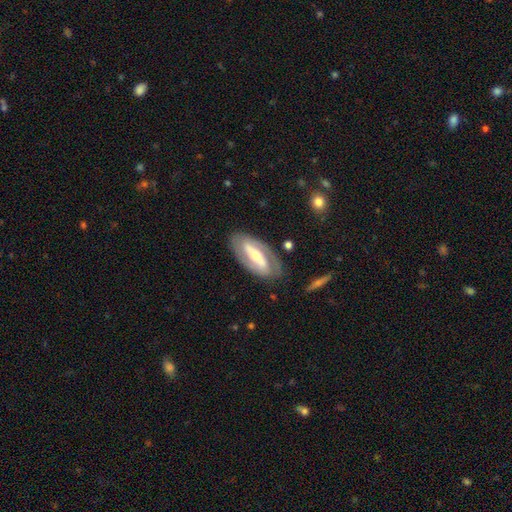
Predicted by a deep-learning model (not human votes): Q: Smooth or featured?
A: featured or disk (76%); runner-up: smooth (19%)
Q: Edge-on disk?
A: no (87%); runner-up: yes (13%)
Q: Bar?
A: strong (67%); runner-up: weak (19%)
Q: Spiral arms?
A: yes (69%); runner-up: no (31%)
Q: Bulge size?
A: moderate (51%); runner-up: small (41%)
Q: Merging?
A: none (82%); runner-up: minor disturbance (12%)